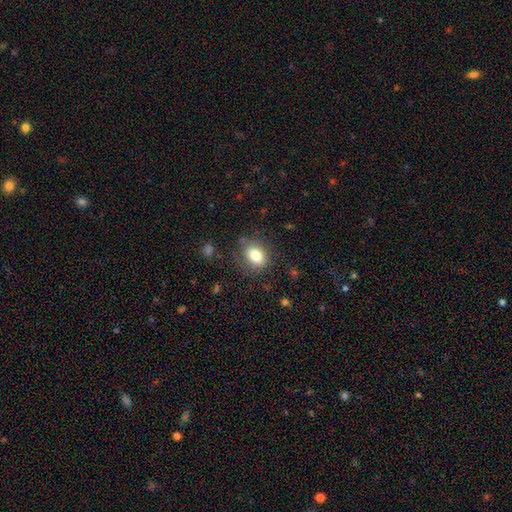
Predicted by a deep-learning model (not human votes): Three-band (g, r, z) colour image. It shows a smooth galaxy with no disk features (81%) that is in between round and cigar-shaped (60%). Merging: none (81%).